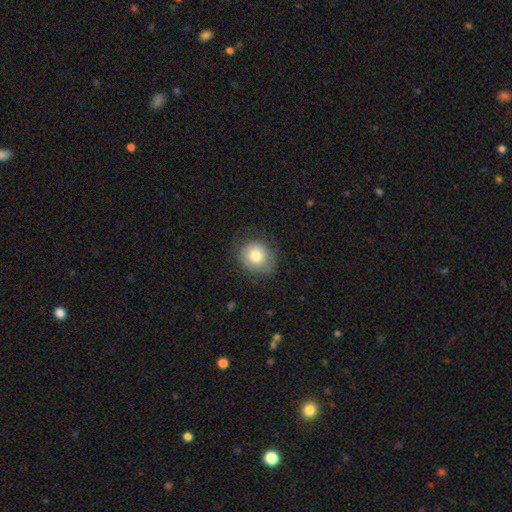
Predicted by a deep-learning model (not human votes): smooth-or-featured: smooth: 76% | featured or disk: 15% | star or artifact: 9%
  how-rounded: round: 82% | in between: 17% | cigar-shaped: 1%
  merging: none: 70% | minor disturbance: 21% | major disturbance: 8% | merger: 1%